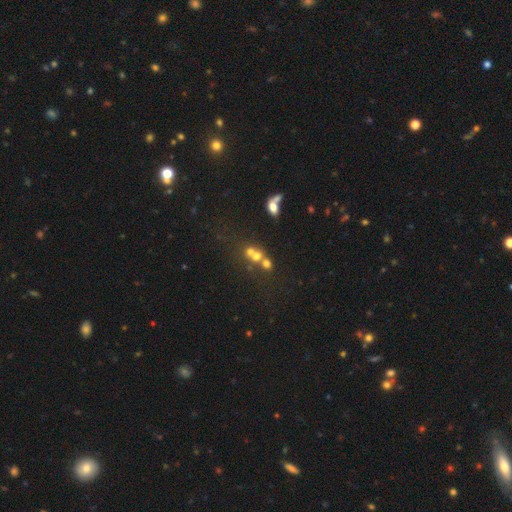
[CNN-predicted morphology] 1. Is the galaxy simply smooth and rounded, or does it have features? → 57% smooth, 22% featured or disk, 21% star or artifact.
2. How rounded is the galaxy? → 75% round, 24% in between, 2% cigar-shaped.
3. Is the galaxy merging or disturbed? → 55% merger, 32% none, 8% minor disturbance, 6% major disturbance.